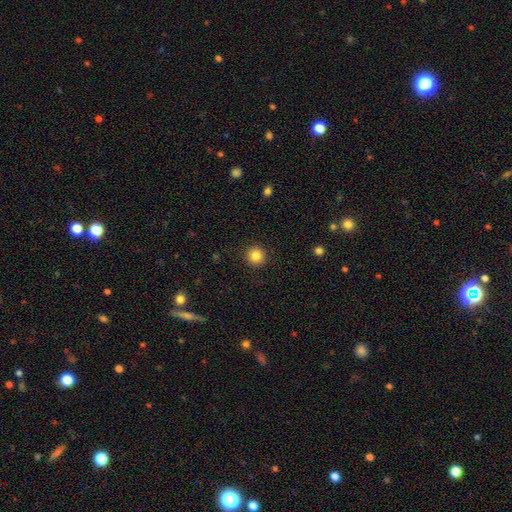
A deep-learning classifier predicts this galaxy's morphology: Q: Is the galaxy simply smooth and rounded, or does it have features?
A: smooth — 85%.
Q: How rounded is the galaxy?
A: round — 95%.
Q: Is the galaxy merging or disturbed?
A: none — 92%.